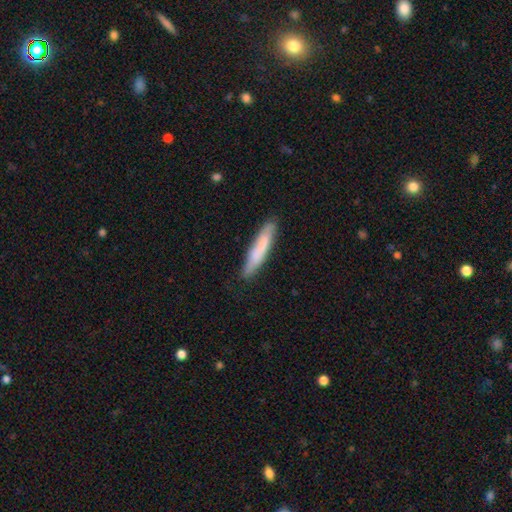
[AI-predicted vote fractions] Smooth or featured: smooth — 73% (featured or disk — 22%)
How rounded: cigar-shaped — 86% (in between — 13%)
Merging: none — 82% (minor disturbance — 13%)